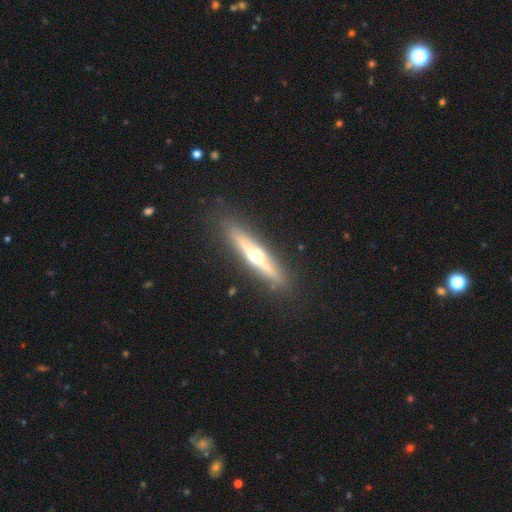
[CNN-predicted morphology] type=featured or disk (68%); edge-on=yes (95%); edge-on bulge=rounded (95%); merging=none (89%).